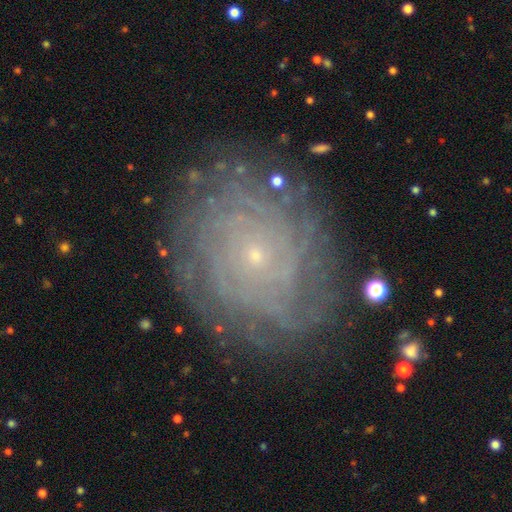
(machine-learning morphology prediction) Smooth or featured: featured or disk — 77% (smooth — 13%)
Edge-on disk: no — 97% (yes — 3%)
Bar: no — 86% (weak — 11%)
Spiral arms: yes — 93% (no — 7%)
Spiral winding: tight — 83% (medium — 13%)
Spiral arm count: can't tell — 37% (more than 4 — 24%)
Bulge size: small — 89% (moderate — 7%)
Merging: none — 83% (minor disturbance — 11%)